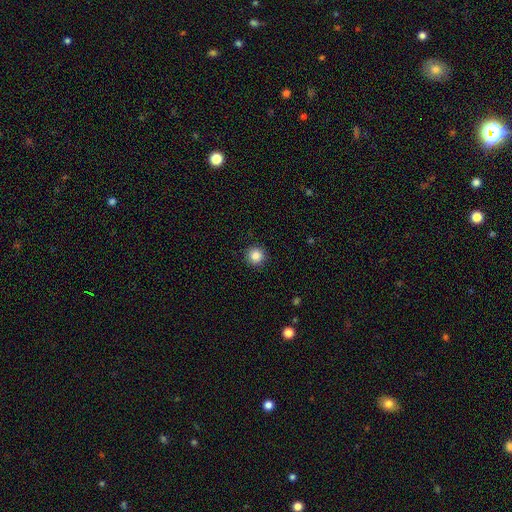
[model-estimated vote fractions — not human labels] Smooth or featured: smooth — 87% (star or artifact — 10%)
How rounded: round — 95% (in between — 4%)
Merging: none — 92% (minor disturbance — 5%)